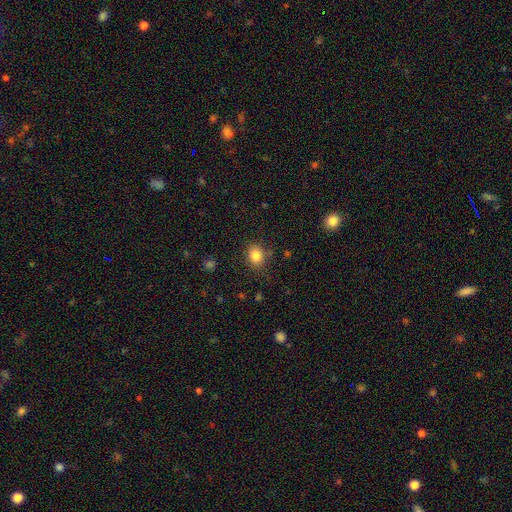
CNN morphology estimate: Smooth or featured?
  - smooth: 83% *
  - star or artifact: 11%
  - featured or disk: 6%
How rounded?
  - round: 58% *
  - in between: 41%
  - cigar-shaped: 1%
Merging?
  - none: 82% *
  - minor disturbance: 13%
  - major disturbance: 4%
  - merger: 2%